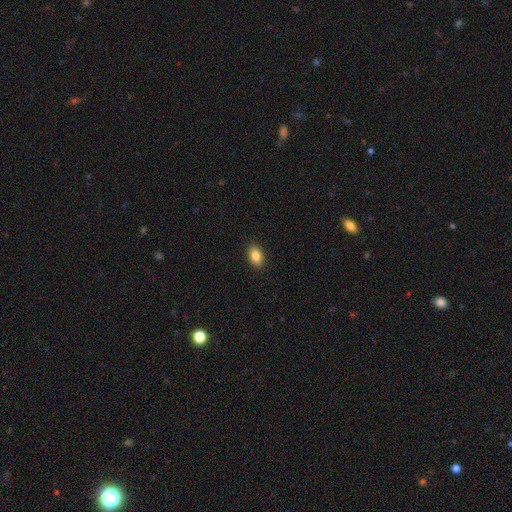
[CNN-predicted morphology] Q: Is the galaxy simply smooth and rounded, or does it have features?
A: smooth — 86%.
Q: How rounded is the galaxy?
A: in between — 87%.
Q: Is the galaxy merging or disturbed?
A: none — 90%.